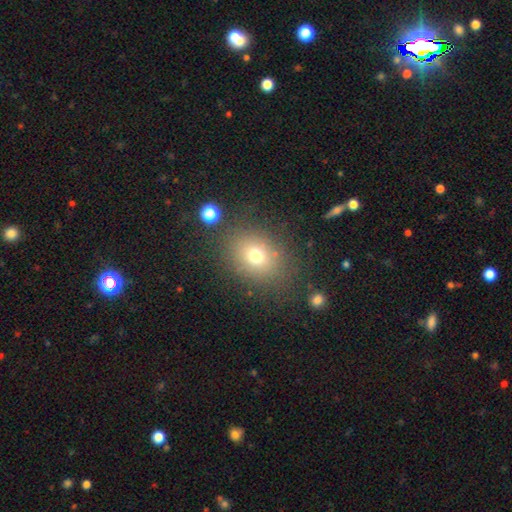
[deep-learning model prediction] This is likely a smooth galaxy (72%). How rounded: possibly round (54%). Merging: likely none (80%).